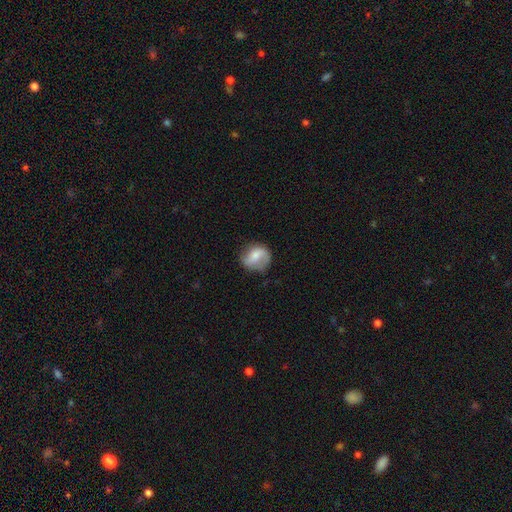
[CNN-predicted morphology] Smooth or featured? Predicted: smooth (p=0.49). Merging? Predicted: none (p=0.64).